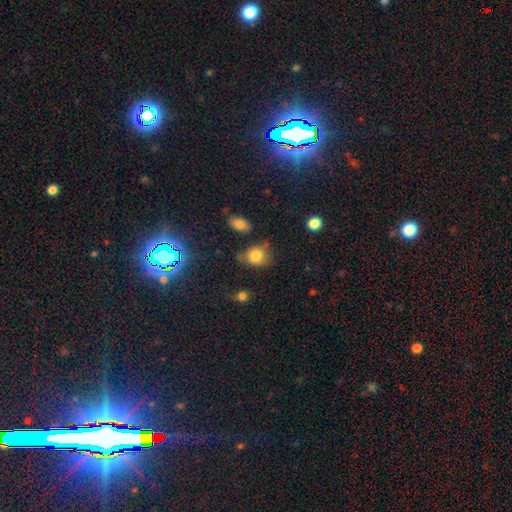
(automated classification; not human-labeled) Smooth or featured? Predicted: smooth (p=0.77). How rounded? Predicted: round (p=0.62). Merging? Predicted: none (p=0.58).